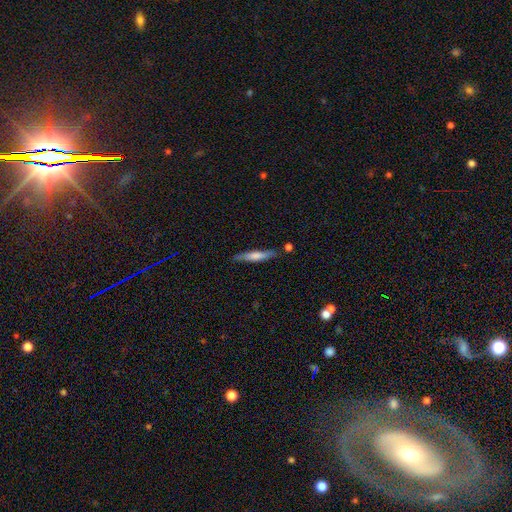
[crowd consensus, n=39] Volunteers were most divided on "smooth or featured": featured or disk: 59%, smooth: 33%, star or artifact: 8%. More confident: edge-on disk — yes (91%); merging — none (78%); edge-on bulge — rounded (52%).